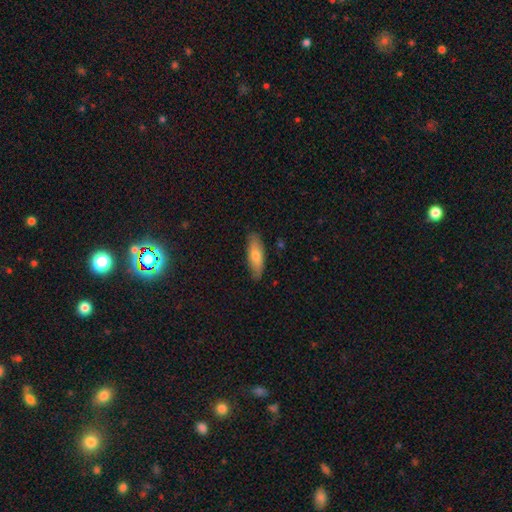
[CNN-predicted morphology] Overall: smooth (68%). How rounded: in between (54%; cigar-shaped 44%). Merging: none (83%).